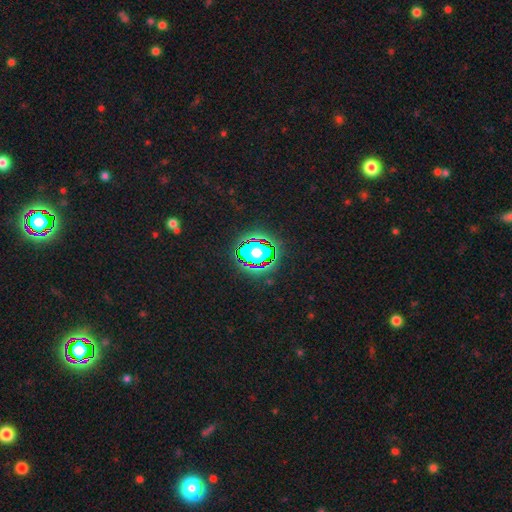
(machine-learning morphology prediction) Smooth or featured?
  - star or artifact: 73% *
  - smooth: 18%
  - featured or disk: 9%